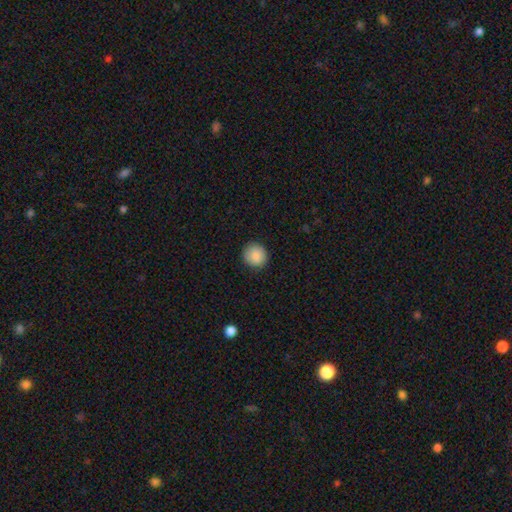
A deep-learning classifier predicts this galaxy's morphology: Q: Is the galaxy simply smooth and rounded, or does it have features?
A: smooth — 89%.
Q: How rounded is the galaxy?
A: round — 92%.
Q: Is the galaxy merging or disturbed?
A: none — 91%.